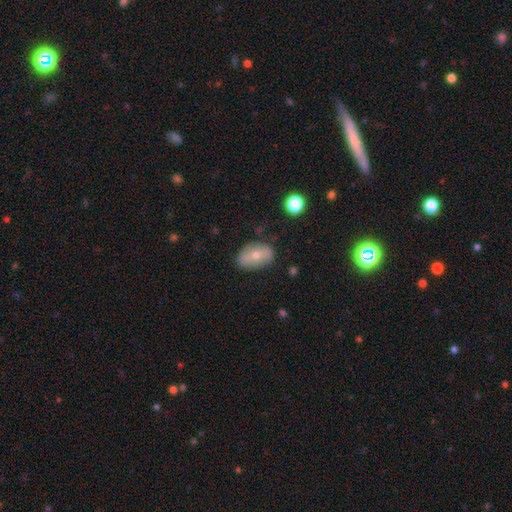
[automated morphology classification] Smooth or featured? Predicted: smooth (p=0.59). How rounded? Predicted: in between (p=0.85). Merging? Predicted: none (p=0.76).